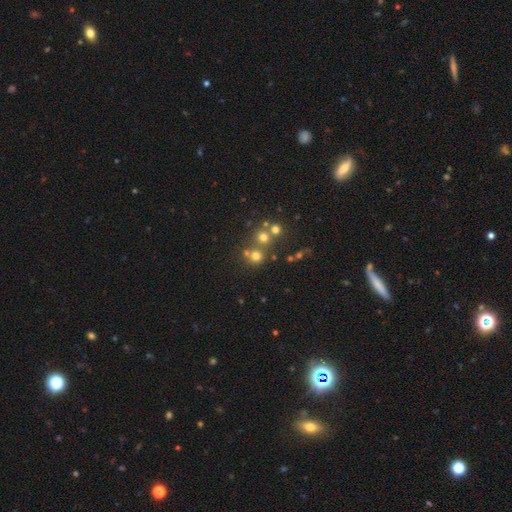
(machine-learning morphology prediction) This appears to be a smooth galaxy with no disk features (65%) that is round (89%). Merging: none (59%).